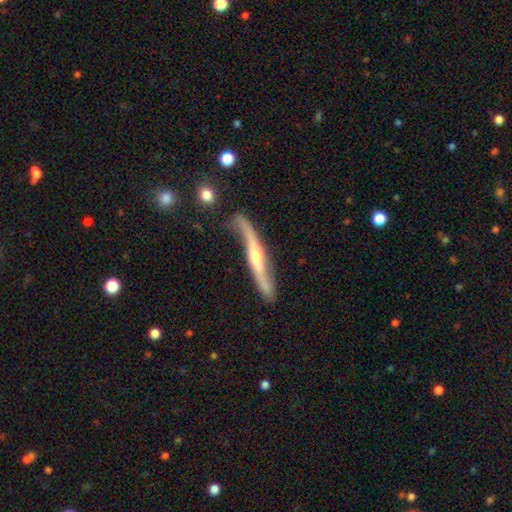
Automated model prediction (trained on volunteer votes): Smooth or featured: featured or disk — 77% (smooth — 18%)
Edge-on disk: yes — 79% (no — 21%)
Edge-on bulge: rounded — 84% (none — 10%)
Merging: none — 64% (minor disturbance — 24%)